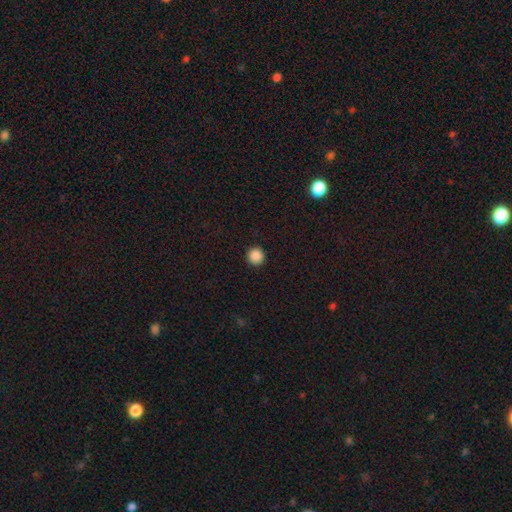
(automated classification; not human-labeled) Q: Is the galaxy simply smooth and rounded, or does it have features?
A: smooth — 88%.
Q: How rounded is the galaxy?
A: round — 96%.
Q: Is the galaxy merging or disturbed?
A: none — 93%.